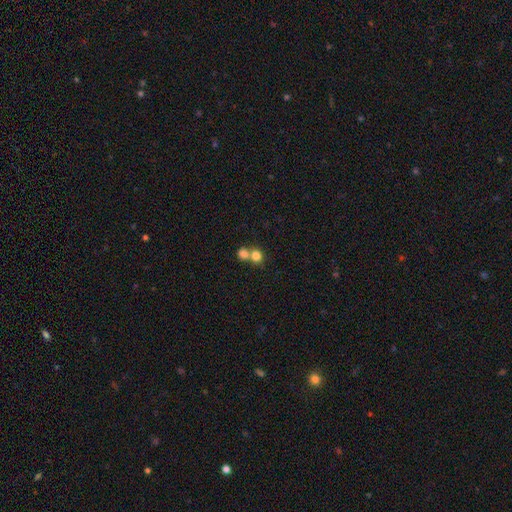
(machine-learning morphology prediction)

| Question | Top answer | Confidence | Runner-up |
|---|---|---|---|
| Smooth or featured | smooth | 80% | star or artifact (11%) |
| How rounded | round | 82% | in between (17%) |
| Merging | merger | 53% | none (38%) |